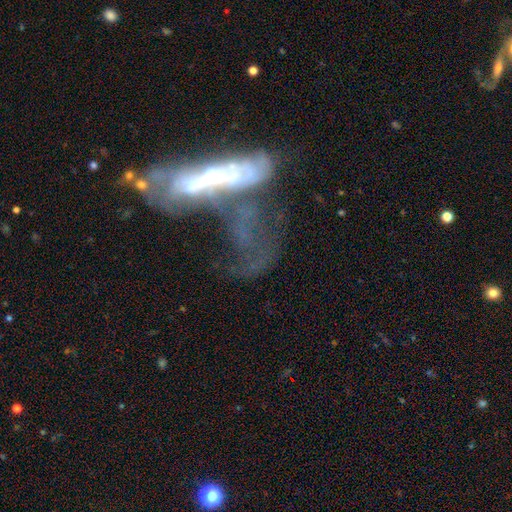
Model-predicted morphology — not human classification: Smooth or featured: featured or disk — 65% (smooth — 22%)
Edge-on disk: no — 73% (yes — 27%)
Merging: merger — 43% (major disturbance — 36%)